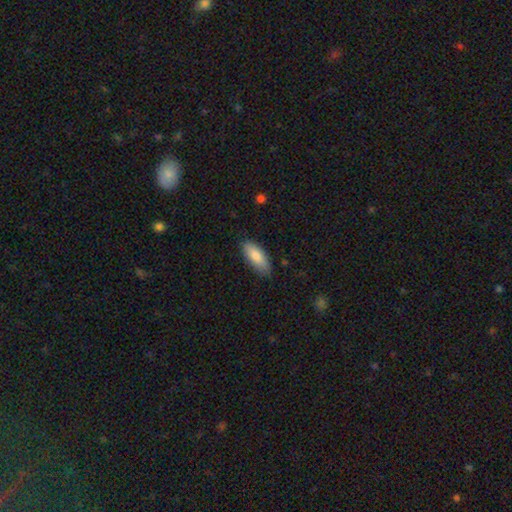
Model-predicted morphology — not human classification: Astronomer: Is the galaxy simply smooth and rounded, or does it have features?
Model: smooth — 82%.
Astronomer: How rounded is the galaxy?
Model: in between — 76%.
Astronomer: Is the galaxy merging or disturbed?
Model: none — 83%.